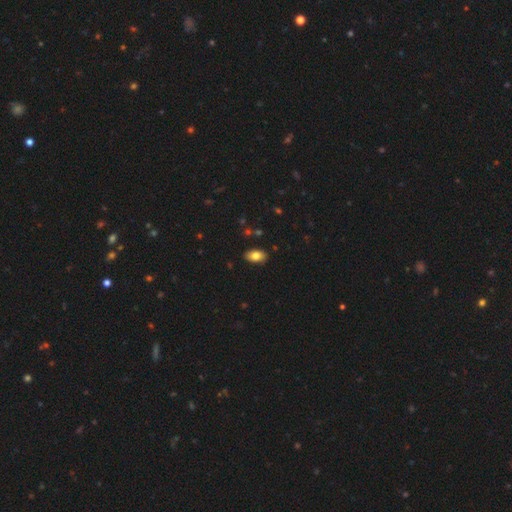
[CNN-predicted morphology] type=smooth (80%); roundness=in between (92%); merging=none (87%).